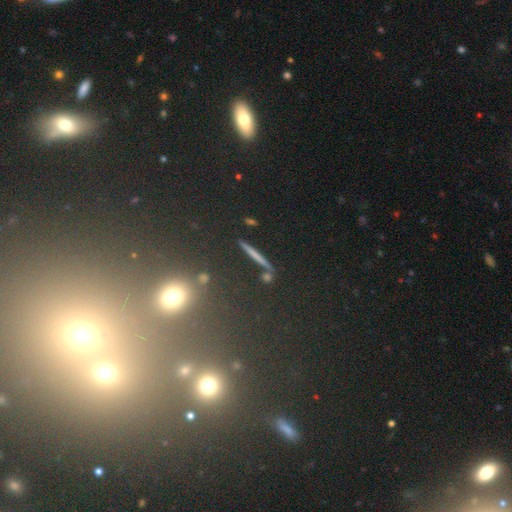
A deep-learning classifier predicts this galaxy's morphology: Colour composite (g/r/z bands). It shows a star or artifact, not a galaxy (44%).